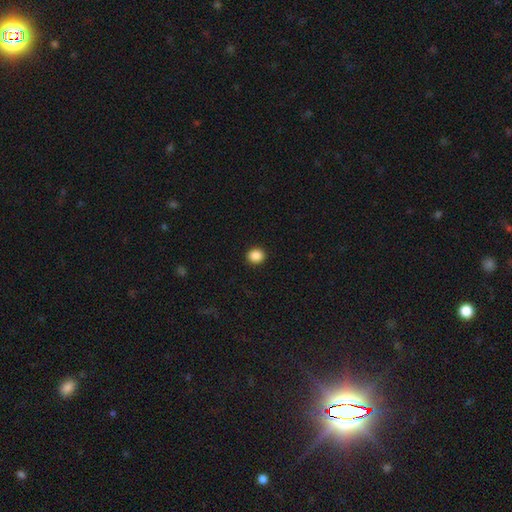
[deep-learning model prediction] Morphology: type=smooth (88%); roundness=round (81%); merging=none (92%).